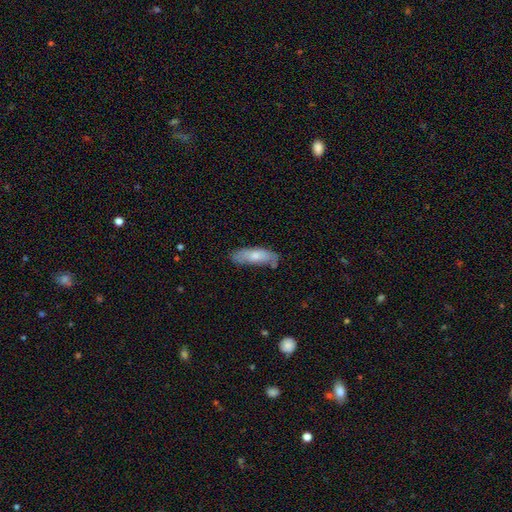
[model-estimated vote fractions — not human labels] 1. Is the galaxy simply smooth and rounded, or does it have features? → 68% smooth, 26% featured or disk, 6% star or artifact.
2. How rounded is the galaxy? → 55% in between, 43% cigar-shaped, 2% round.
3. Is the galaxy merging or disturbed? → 66% none, 25% minor disturbance, 5% major disturbance, 4% merger.